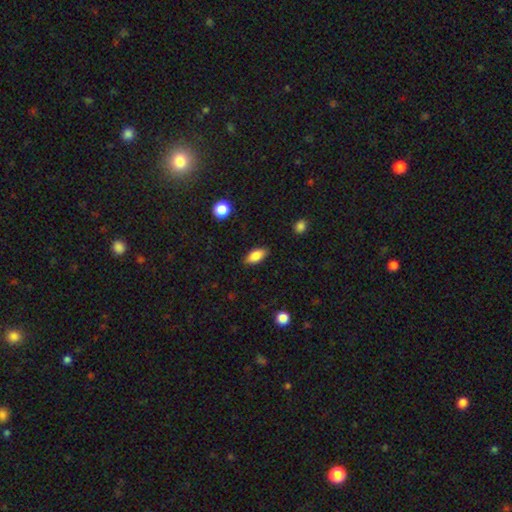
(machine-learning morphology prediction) This appears to be a smooth galaxy with no disk features (85%) that is in between round and cigar-shaped (87%). Merging: none (86%).